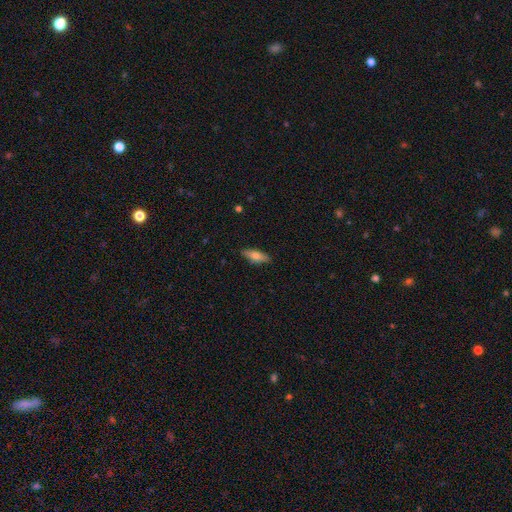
smooth 51%, featured or disk 49%, star or artifact 0%. Down the decision tree: how rounded — cigar-shaped (63%); merging — none (78%).